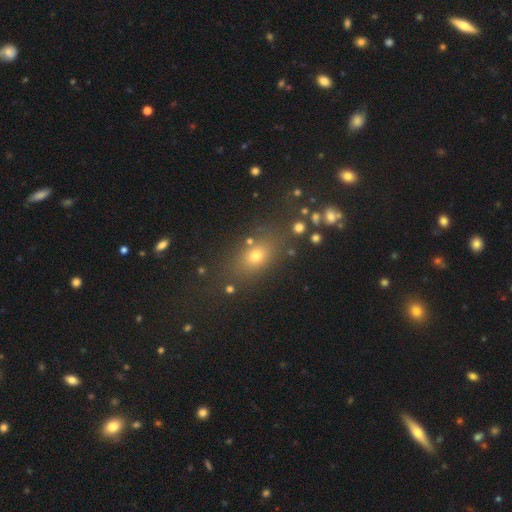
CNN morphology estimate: This is likely a smooth galaxy (67%). How rounded: likely in between (66%). Merging: likely none (77%).